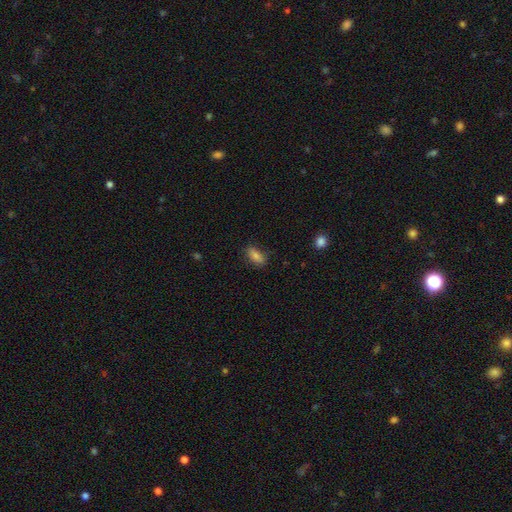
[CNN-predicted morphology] A smooth galaxy with no disk features (79%) that is in between round and cigar-shaped (80%). Merging: none (80%).